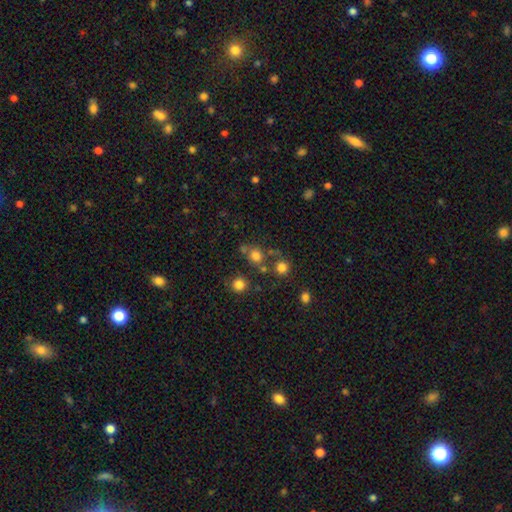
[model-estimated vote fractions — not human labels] The model was most divided on "merging": none: 67%, merger: 18%, minor disturbance: 10%, major disturbance: 5%. More confident: how rounded — round (86%); smooth or featured — smooth (74%).